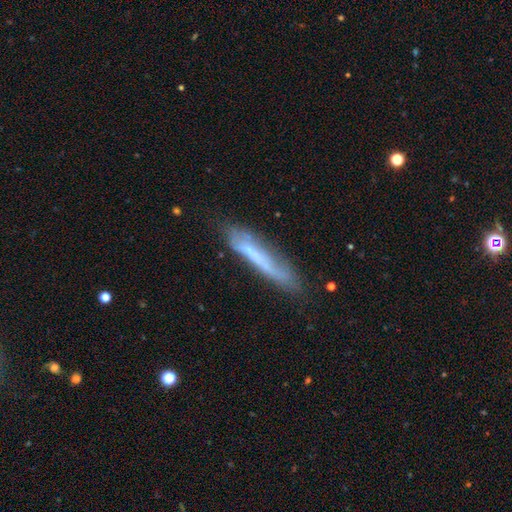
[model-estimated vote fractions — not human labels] Morphology: type=featured or disk (47%); merging=none (58%).